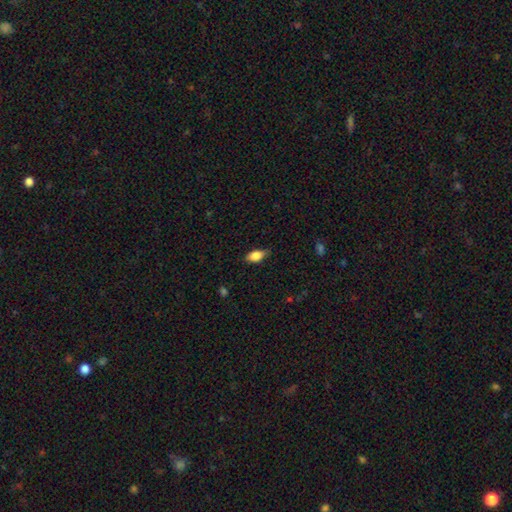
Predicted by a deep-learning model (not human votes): A smooth galaxy with no disk features (82%) that is in between round and cigar-shaped (87%). Merging: none (68%).